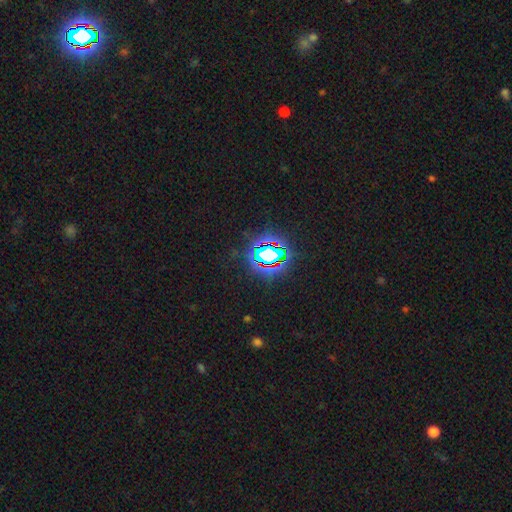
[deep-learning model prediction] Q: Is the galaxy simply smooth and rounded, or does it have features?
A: star or artifact — 81%.